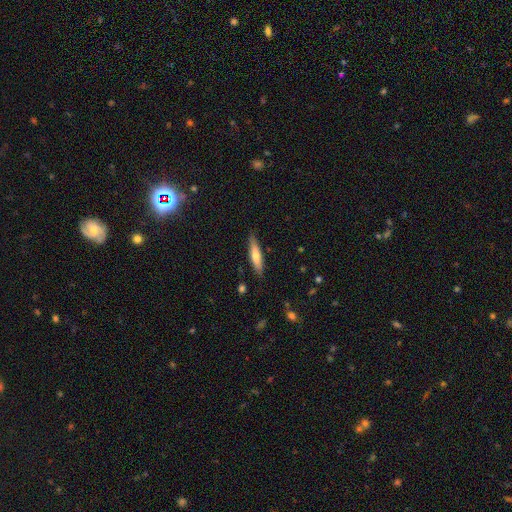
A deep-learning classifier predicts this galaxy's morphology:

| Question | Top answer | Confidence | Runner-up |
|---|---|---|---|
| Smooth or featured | smooth | 63% | featured or disk (31%) |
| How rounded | cigar-shaped | 78% | in between (21%) |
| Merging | none | 85% | minor disturbance (12%) |